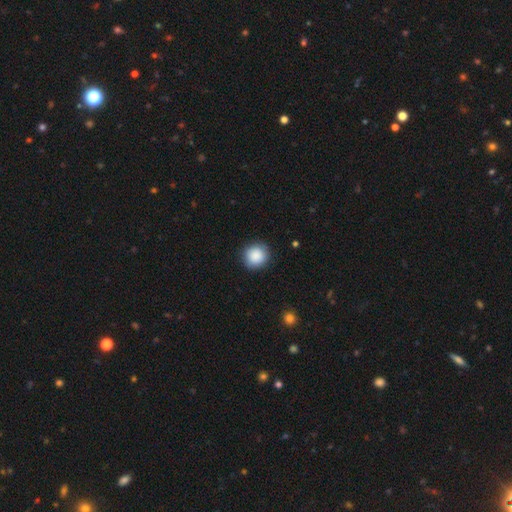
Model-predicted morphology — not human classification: Smooth or featured? Predicted: smooth (p=0.89). How rounded? Predicted: round (p=0.93). Merging? Predicted: none (p=0.89).